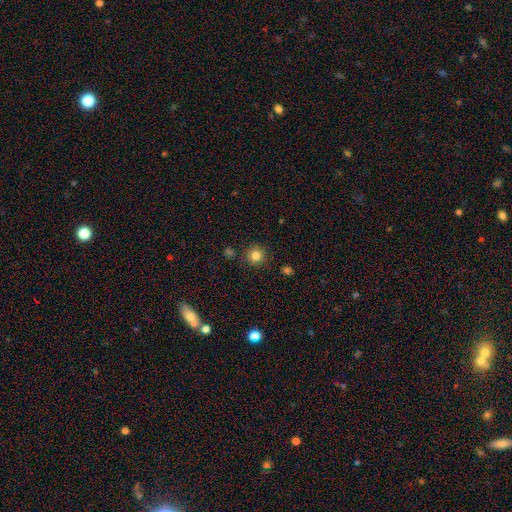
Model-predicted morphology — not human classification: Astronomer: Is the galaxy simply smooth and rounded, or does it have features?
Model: smooth — 83%.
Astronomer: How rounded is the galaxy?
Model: round — 94%.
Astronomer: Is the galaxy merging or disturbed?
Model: none — 87%.